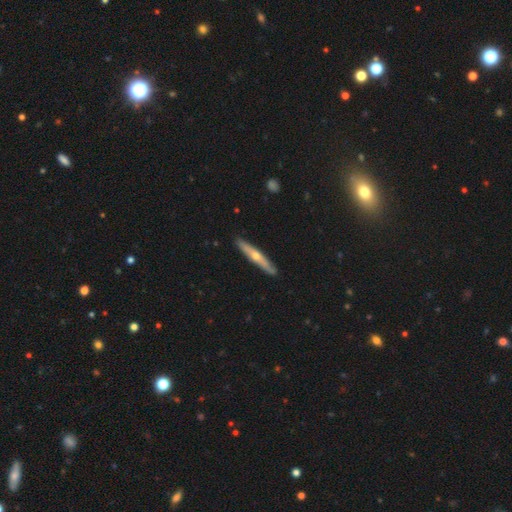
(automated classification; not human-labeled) Morphology: type=featured or disk (59%); edge-on=yes (93%); edge-on bulge=rounded (83%); merging=none (90%).